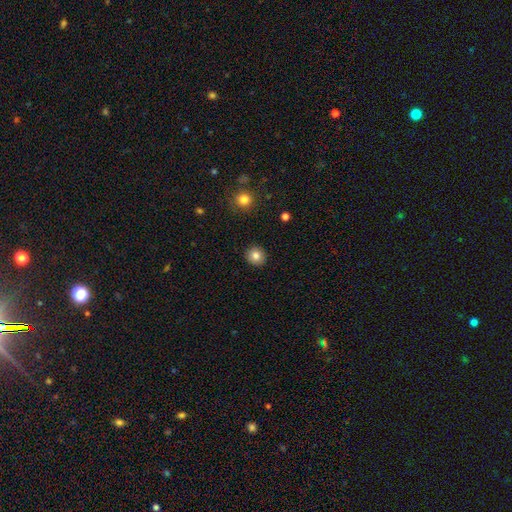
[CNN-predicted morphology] type=smooth (83%); roundness=round (90%); merging=none (92%).